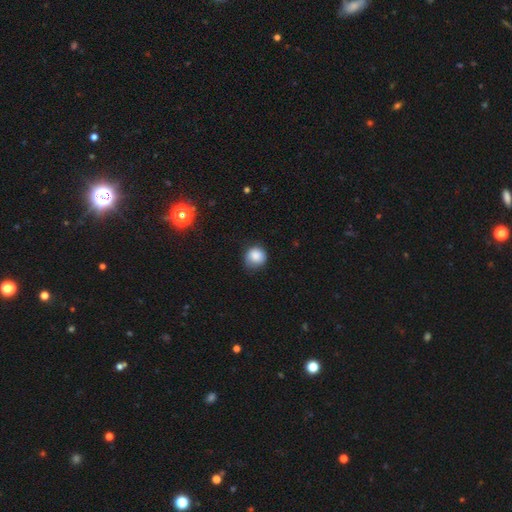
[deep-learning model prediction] Overall: smooth (85%). How rounded: round (86%). Merging: none (65%; minor disturbance 27%).